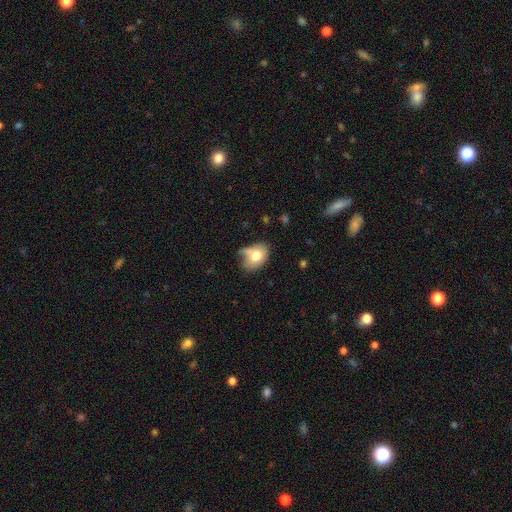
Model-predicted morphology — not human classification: type=smooth (73%); roundness=in between (72%); merging=none (40%).